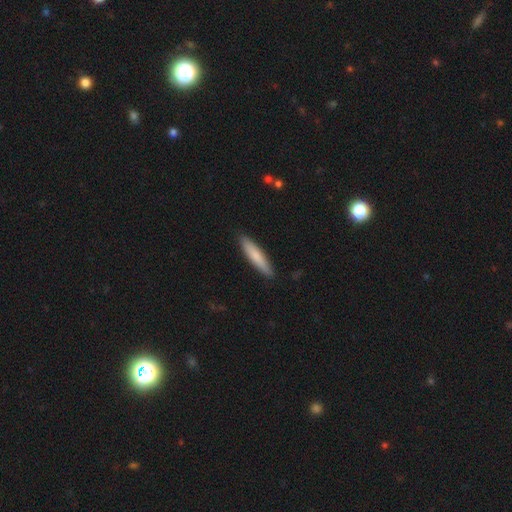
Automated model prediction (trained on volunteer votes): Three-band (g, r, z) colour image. It shows a smooth galaxy with no disk features (77%) that is cigar-shaped (86%). Merging: none (89%).